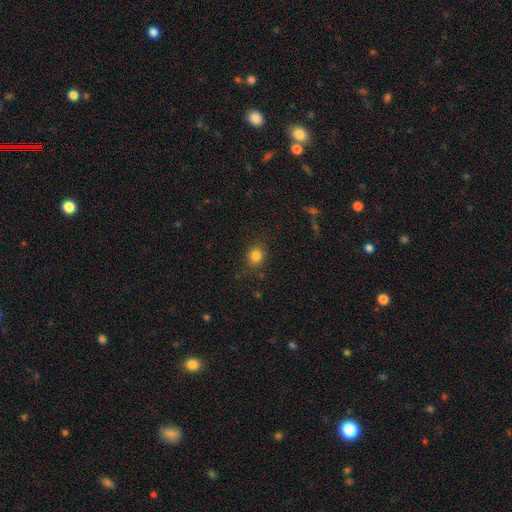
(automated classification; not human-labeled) A smooth galaxy with no disk features (83%) that is round (67%).

Vote fractions:
- Smooth or featured? smooth: 83% / star or artifact: 12% / featured or disk: 5%
- How rounded? round: 67% / in between: 32% / cigar-shaped: 1%
- Merging? none: 85% / minor disturbance: 11% / major disturbance: 3% / merger: 1%